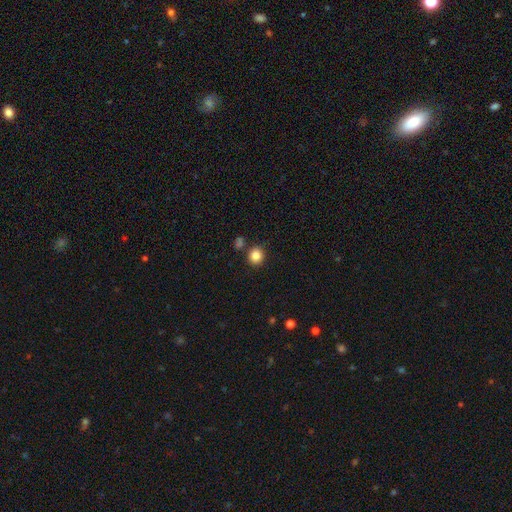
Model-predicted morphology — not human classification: Smooth or featured? Predicted: smooth (p=0.84). How rounded? Predicted: round (p=0.86). Merging? Predicted: none (p=0.81).